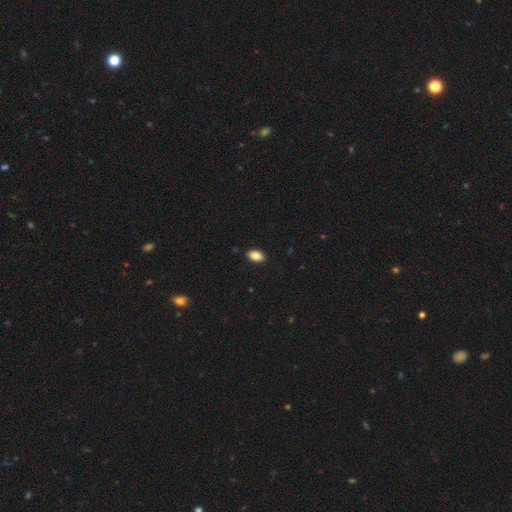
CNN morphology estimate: This is clearly a smooth galaxy (85%). How rounded: clearly in between (91%). Merging: clearly none (89%).